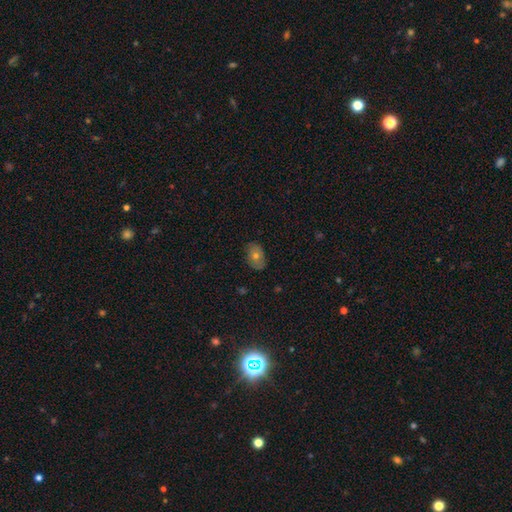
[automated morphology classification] A smooth galaxy with no disk features (63%) that is in between round and cigar-shaped (80%). Merging: none (82%).